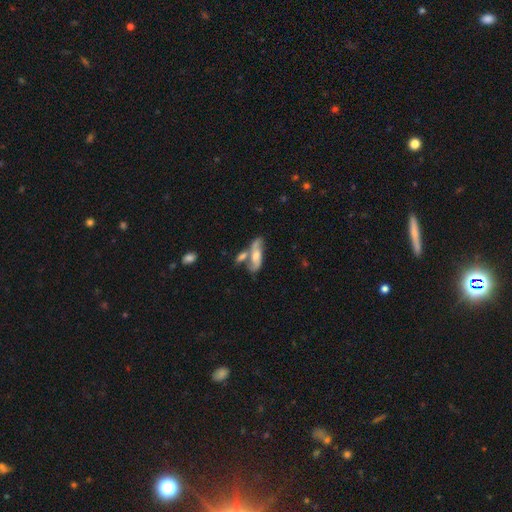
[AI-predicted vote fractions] This is possibly a featured or disk galaxy (54%). It is likely not viewed edge-on (77%). Merging: marginally none (37%, tied with merger).